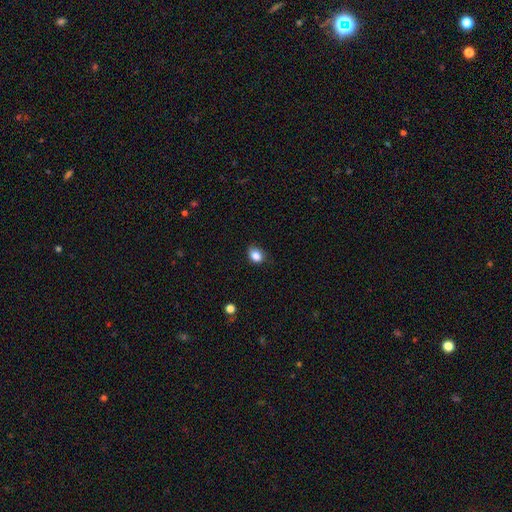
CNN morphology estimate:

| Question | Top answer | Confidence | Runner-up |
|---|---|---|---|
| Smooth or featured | smooth | 86% | star or artifact (9%) |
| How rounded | in between | 60% | round (38%) |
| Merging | none | 71% | minor disturbance (24%) |